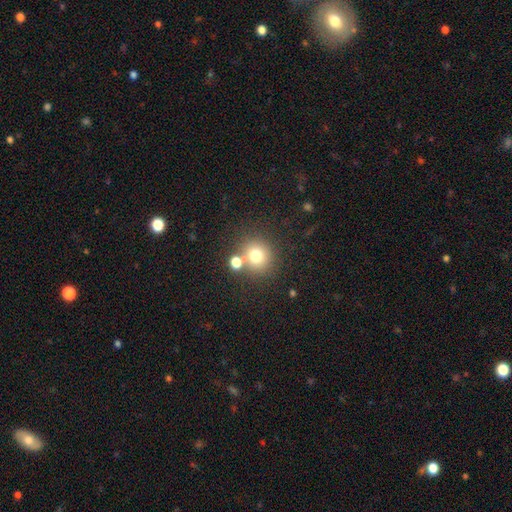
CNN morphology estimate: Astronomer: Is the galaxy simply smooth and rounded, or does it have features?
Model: smooth — 74%.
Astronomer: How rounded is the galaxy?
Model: round — 89%.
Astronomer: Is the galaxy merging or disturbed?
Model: none — 66%.